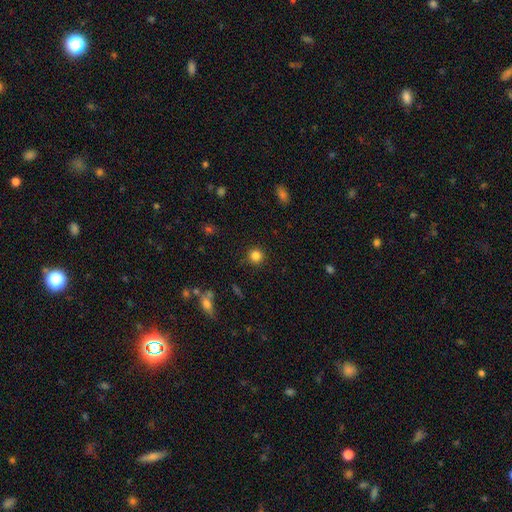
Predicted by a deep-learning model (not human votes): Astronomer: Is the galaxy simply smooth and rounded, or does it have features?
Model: smooth — 84%.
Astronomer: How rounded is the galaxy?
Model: round — 93%.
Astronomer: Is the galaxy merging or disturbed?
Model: none — 90%.